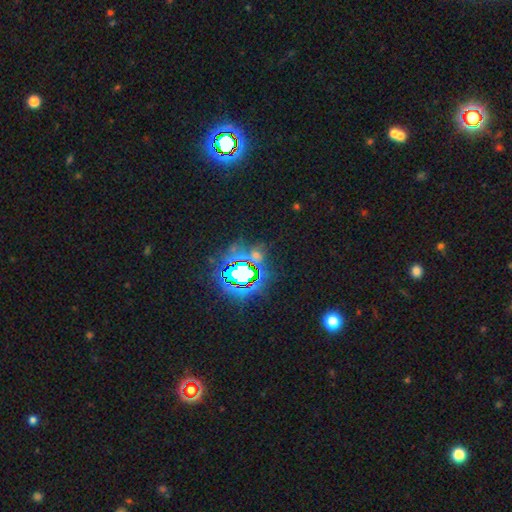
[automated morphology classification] Smooth or featured? Predicted: star or artifact (p=0.71).